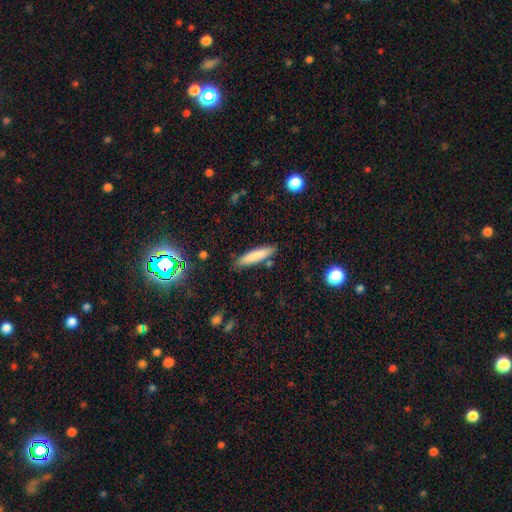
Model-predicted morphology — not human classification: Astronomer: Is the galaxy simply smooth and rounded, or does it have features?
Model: smooth — 83%.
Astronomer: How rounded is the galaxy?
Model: cigar-shaped — 80%.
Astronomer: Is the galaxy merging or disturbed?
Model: none — 85%.